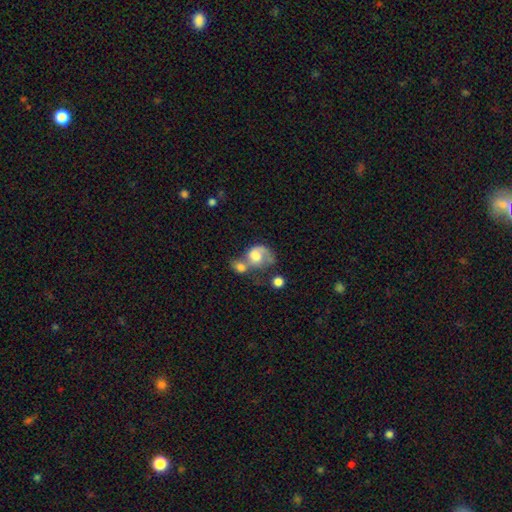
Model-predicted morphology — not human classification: Smooth or featured? featured or disk (47%)
Merging? merger (55%)